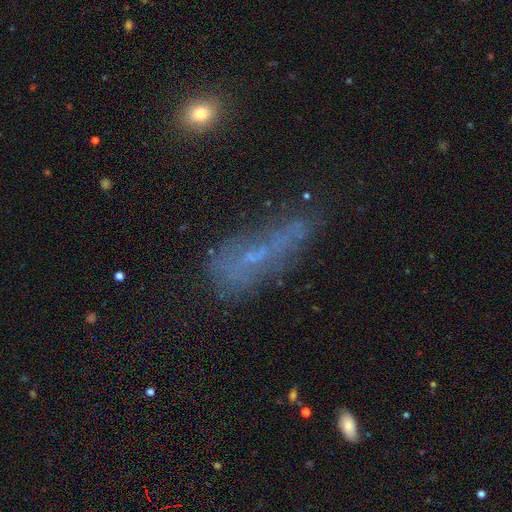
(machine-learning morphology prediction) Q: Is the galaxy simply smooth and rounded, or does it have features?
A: featured or disk — 39%.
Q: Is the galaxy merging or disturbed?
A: none — 39%.